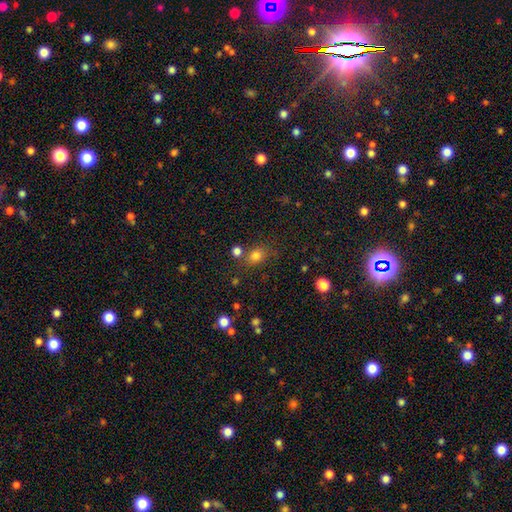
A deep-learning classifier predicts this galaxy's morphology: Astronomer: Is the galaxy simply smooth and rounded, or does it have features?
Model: smooth — 78%.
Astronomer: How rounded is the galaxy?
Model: round — 50% (runner-up: in between, 48%).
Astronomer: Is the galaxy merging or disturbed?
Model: none — 66%.